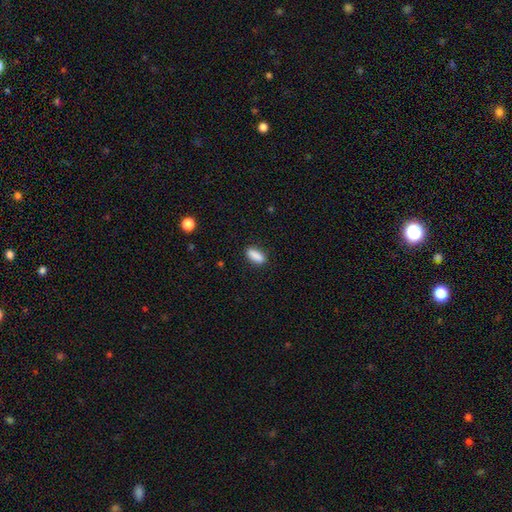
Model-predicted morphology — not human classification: This is clearly a smooth galaxy (88%). How rounded: likely in between (72%). Merging: clearly none (86%).